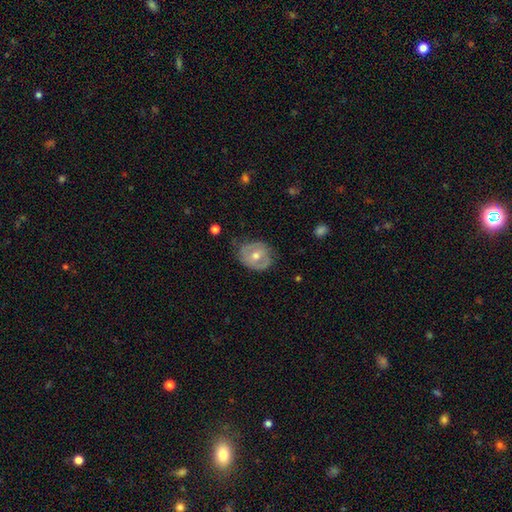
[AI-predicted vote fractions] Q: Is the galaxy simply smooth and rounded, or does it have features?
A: featured or disk — 56%.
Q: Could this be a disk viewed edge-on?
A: no — 95%.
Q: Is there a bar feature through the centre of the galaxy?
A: no — 65%.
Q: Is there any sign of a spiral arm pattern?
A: no — 56%.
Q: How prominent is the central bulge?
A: moderate — 74%.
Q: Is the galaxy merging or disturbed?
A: none — 68%.